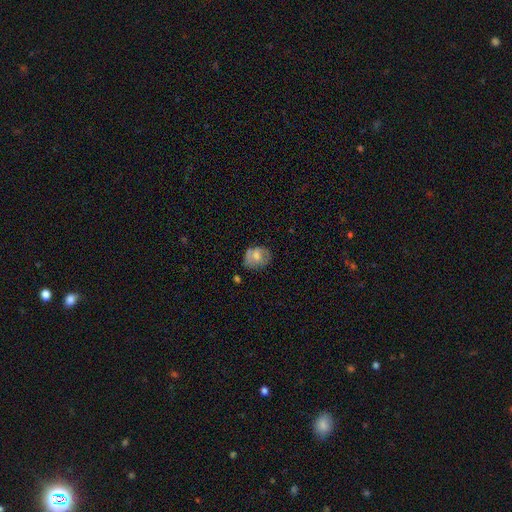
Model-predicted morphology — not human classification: type=smooth (57%); roundness=in between (53%); merging=none (59%).